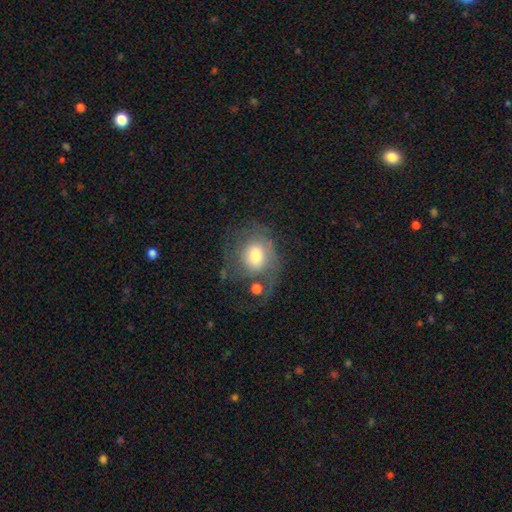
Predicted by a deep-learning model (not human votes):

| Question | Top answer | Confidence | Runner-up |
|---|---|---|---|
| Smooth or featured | smooth | 52% | featured or disk (39%) |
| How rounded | round | 67% | in between (32%) |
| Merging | none | 36% | major disturbance (33%) |